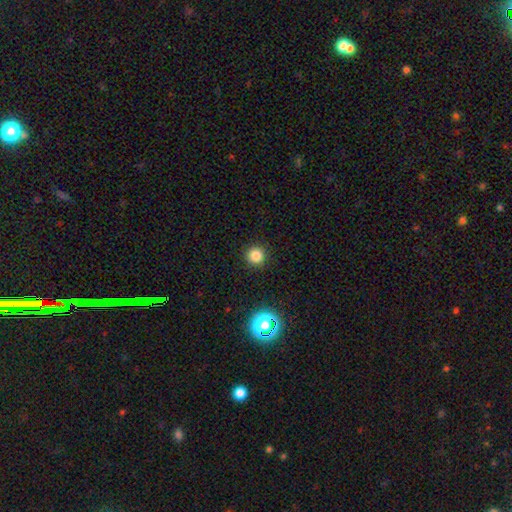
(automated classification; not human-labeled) Morphology: type=smooth (82%); roundness=round (95%); merging=none (92%).